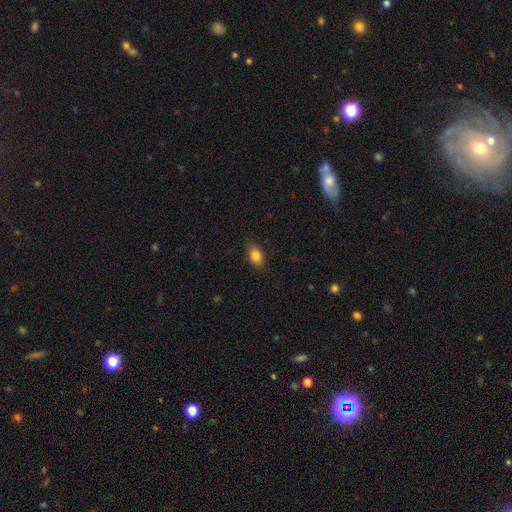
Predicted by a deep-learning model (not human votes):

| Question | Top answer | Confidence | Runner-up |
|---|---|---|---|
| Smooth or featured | smooth | 85% | star or artifact (9%) |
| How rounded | in between | 83% | round (14%) |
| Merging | none | 82% | minor disturbance (14%) |